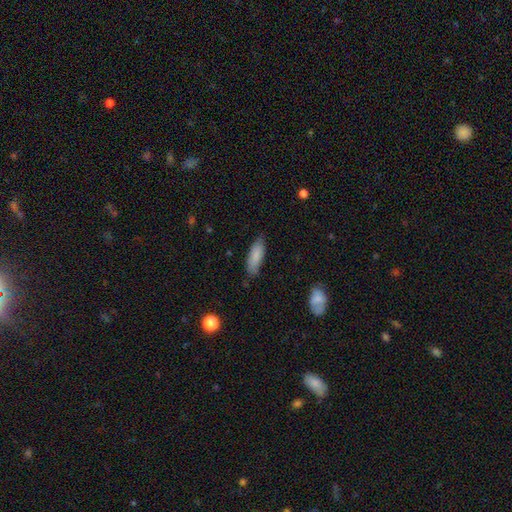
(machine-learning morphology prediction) smooth_or_featured: smooth (p=0.84) [alt: featured or disk p=0.10]
how_rounded: in between (p=0.62) [alt: cigar-shaped p=0.36]
merging: none (p=0.77) [alt: minor disturbance p=0.19]